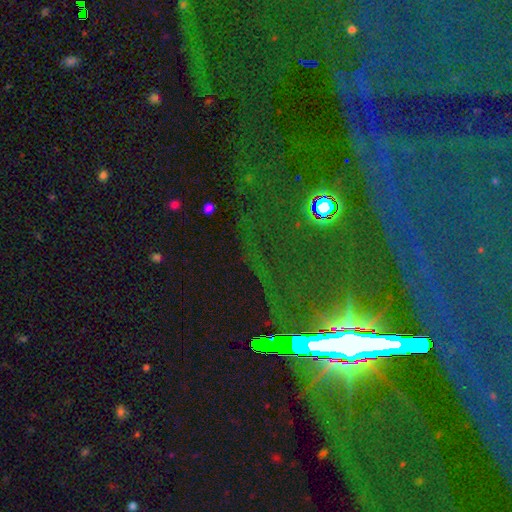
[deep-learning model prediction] smooth-or-featured: star or artifact: 78% | featured or disk: 12% | smooth: 10%